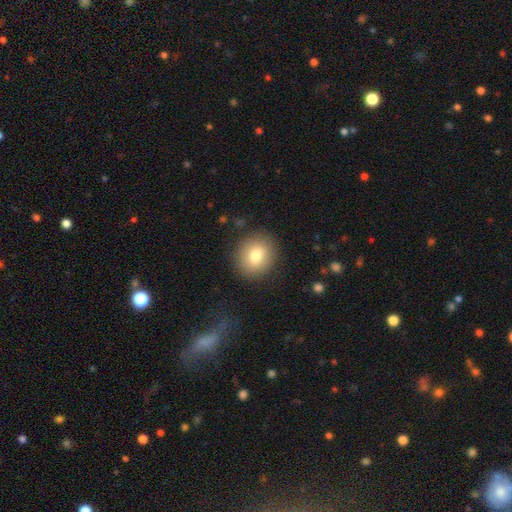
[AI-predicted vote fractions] This appears to be a smooth galaxy with no disk features (78%) that is round (76%). Merging: none (87%).